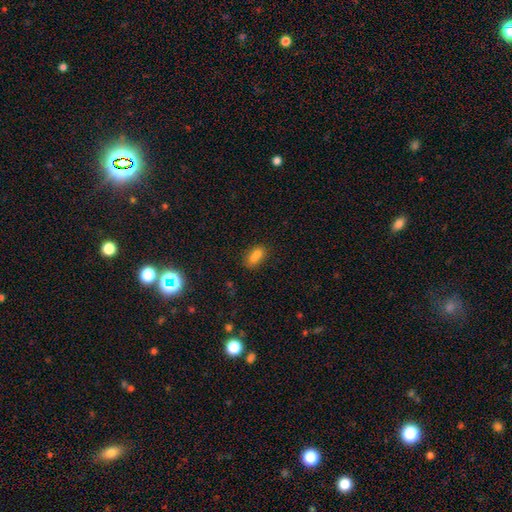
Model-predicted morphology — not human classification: Smooth or featured? smooth (70%)
How rounded? in between (67%)
Merging? merger (52%)